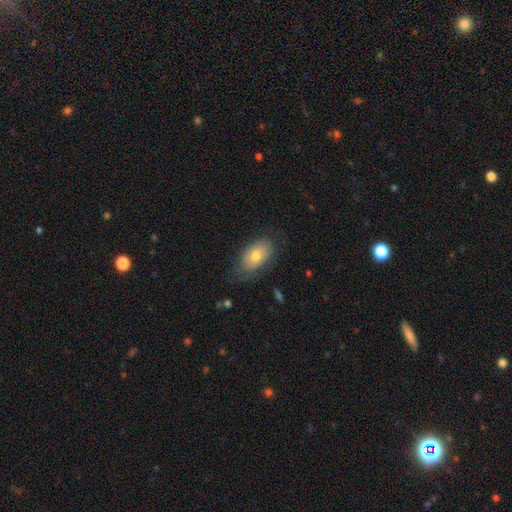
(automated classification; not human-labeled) Smooth or featured? Predicted: smooth (p=0.67). How rounded? Predicted: in between (p=0.91). Merging? Predicted: none (p=0.68).